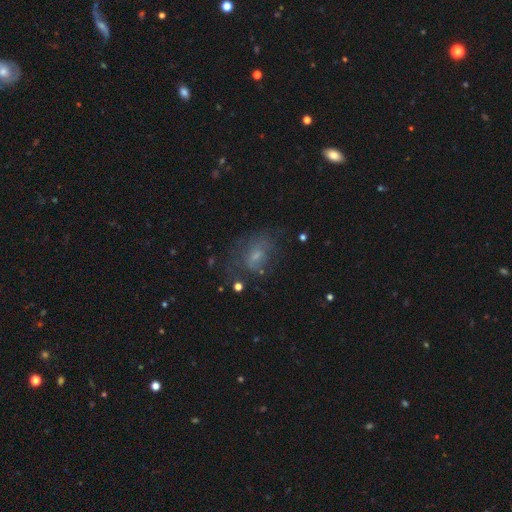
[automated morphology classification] smooth_or_featured: smooth (p=0.46) [alt: featured or disk p=0.37]
merging: none (p=0.49) [alt: major disturbance p=0.24]